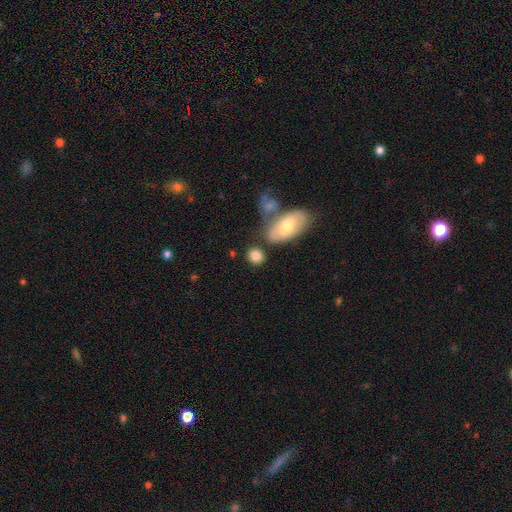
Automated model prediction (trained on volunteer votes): smooth 83%, featured or disk 9%, star or artifact 8%. Down the decision tree: how rounded — round (59%); merging — none (68%).